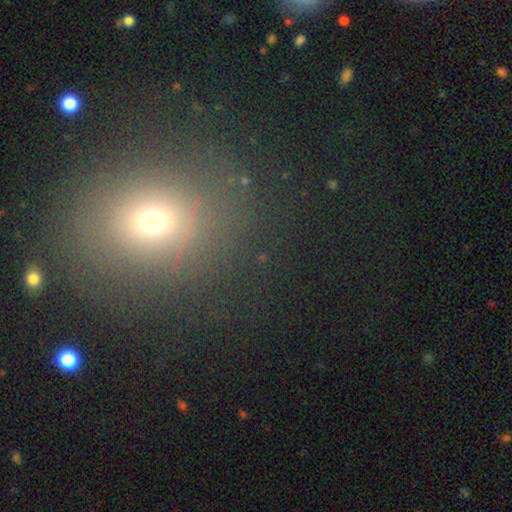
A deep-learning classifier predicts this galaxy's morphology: Smooth or featured?
  - smooth: 60% *
  - star or artifact: 28%
  - featured or disk: 12%
How rounded?
  - round: 64% *
  - in between: 34%
  - cigar-shaped: 2%
Merging?
  - none: 83% *
  - minor disturbance: 9%
  - major disturbance: 5%
  - merger: 3%